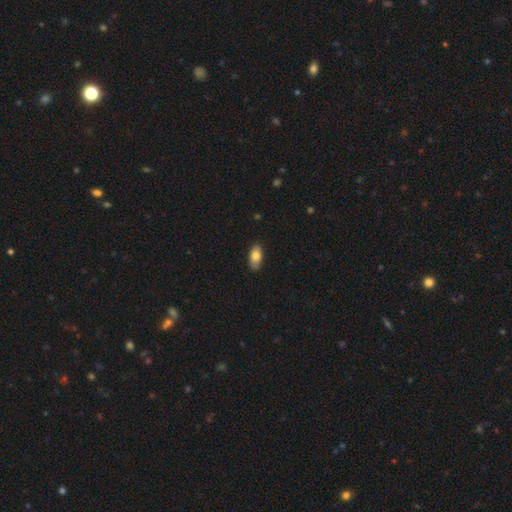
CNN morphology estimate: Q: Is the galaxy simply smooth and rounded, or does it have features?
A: smooth — 78%.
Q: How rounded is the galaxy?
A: in between — 91%.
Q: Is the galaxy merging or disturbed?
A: none — 84%.